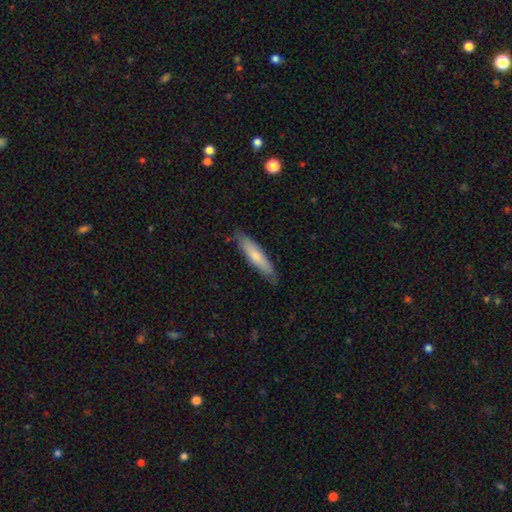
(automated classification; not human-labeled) A smooth galaxy with no disk features (70%) that is cigar-shaped (81%).

Vote fractions:
- Smooth or featured? smooth: 70% / featured or disk: 25% / star or artifact: 5%
- How rounded? cigar-shaped: 81% / in between: 18% / round: 1%
- Merging? none: 82% / minor disturbance: 15% / major disturbance: 2% / merger: 1%